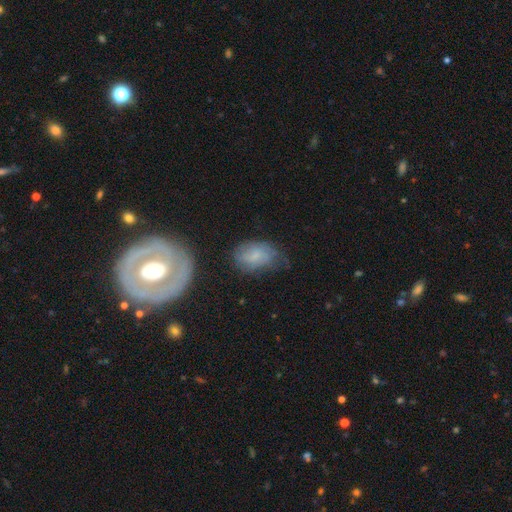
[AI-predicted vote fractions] Smooth or featured? smooth (63%)
How rounded? in between (87%)
Merging? none (51%)